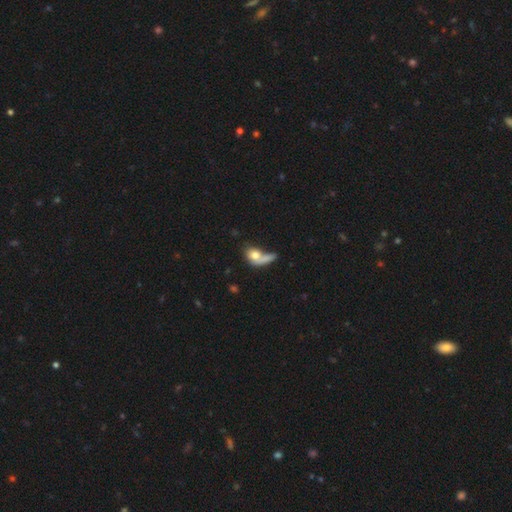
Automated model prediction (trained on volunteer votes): smooth-or-featured: smooth: 71% | featured or disk: 21% | star or artifact: 9%
  how-rounded: in between: 58% | round: 36% | cigar-shaped: 7%
  merging: merger: 39% | none: 27% | major disturbance: 22% | minor disturbance: 13%